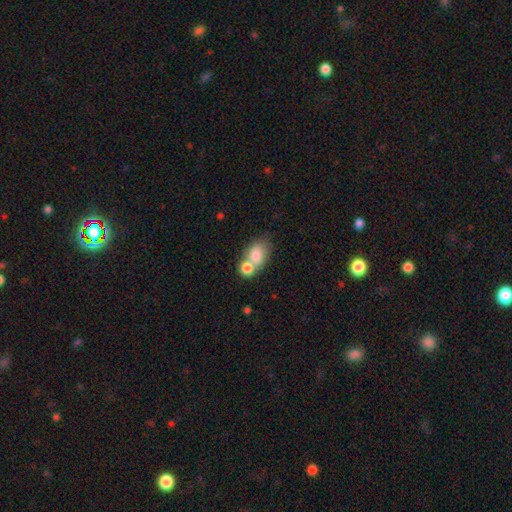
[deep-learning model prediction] This is likely a smooth galaxy (78%). How rounded: likely in between (72%). Merging: possibly merger (59%).